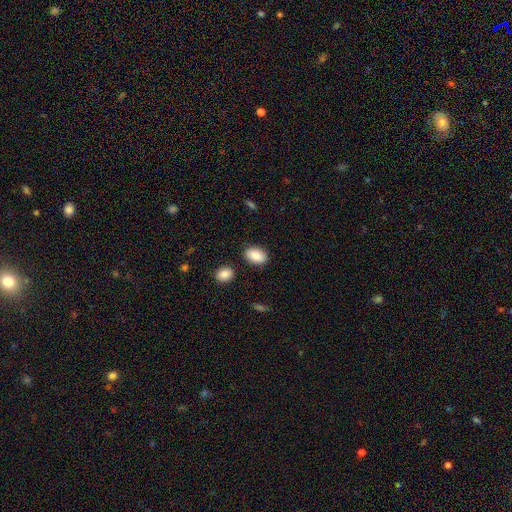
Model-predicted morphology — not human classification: Smooth or featured: smooth — 88% (star or artifact — 7%)
How rounded: in between — 90% (round — 8%)
Merging: none — 85% (minor disturbance — 9%)